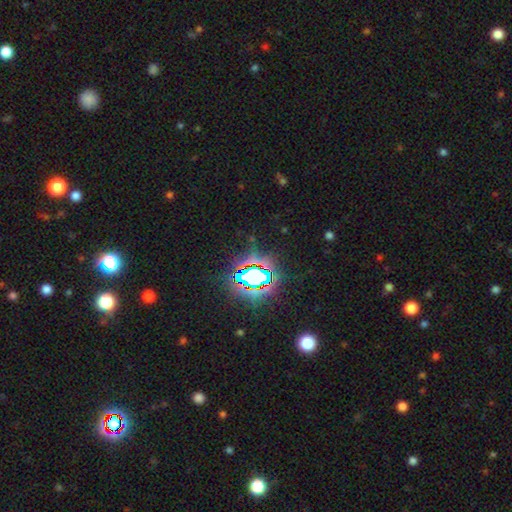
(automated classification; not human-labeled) smooth-or-featured: star or artifact: 76% | smooth: 14% | featured or disk: 10%